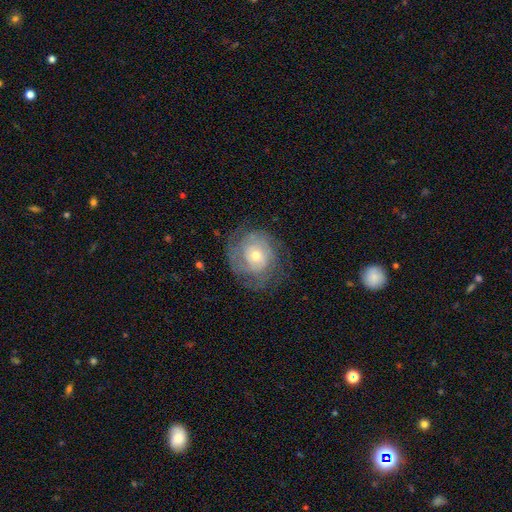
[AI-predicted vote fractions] Overall: featured or disk (67%). Edge-on disk: no (97%). Bar: no (77%). Spiral arms: yes (83%). Spiral arm count: can't tell (45%; 2 28%). Spiral winding: tight (64%; medium 27%). Bulge size: moderate (51%; small 42%). Merging: none (71%).